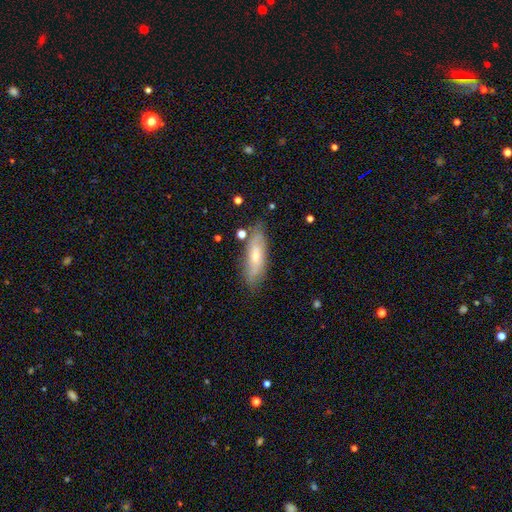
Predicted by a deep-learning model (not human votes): Smooth or featured: smooth — 47% (featured or disk — 45%)
Merging: none — 74% (minor disturbance — 18%)